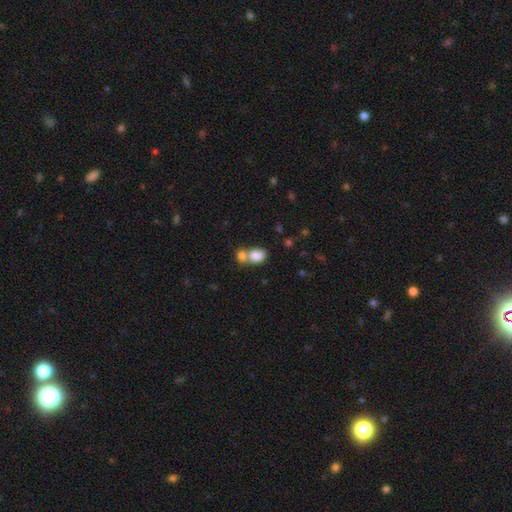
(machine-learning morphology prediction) Overall: smooth (82%). How rounded: in between (74%). Merging: merger (58%; none 30%).